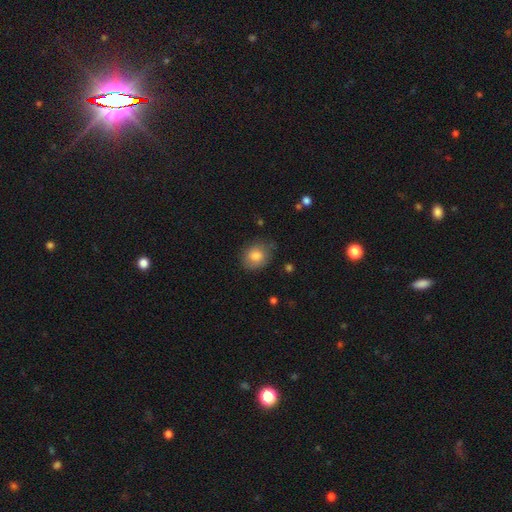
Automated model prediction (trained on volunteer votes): This appears to be a smooth galaxy with no disk features (79%) that is round (54%). Merging: none (68%).